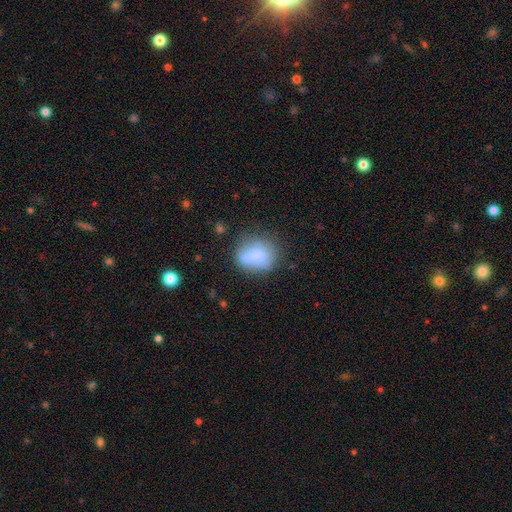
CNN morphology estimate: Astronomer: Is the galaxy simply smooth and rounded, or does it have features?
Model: smooth — 69%.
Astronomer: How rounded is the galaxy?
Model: round — 55% (runner-up: in between, 43%).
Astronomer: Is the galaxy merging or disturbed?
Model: none — 44% (runner-up: minor disturbance, 25%).